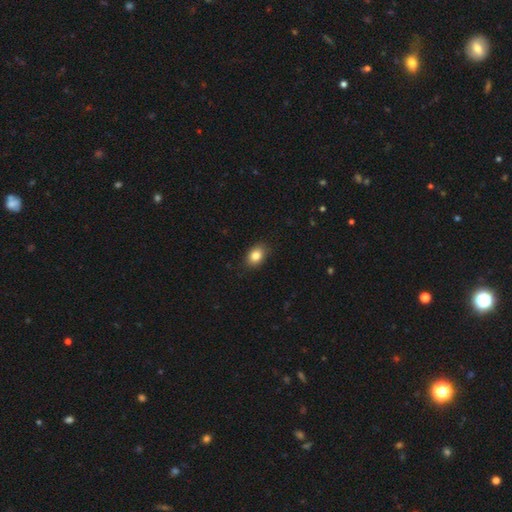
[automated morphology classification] Q: Smooth or featured?
A: smooth (84%); runner-up: star or artifact (9%)
Q: How rounded?
A: in between (73%); runner-up: round (26%)
Q: Merging?
A: none (86%); runner-up: minor disturbance (11%)